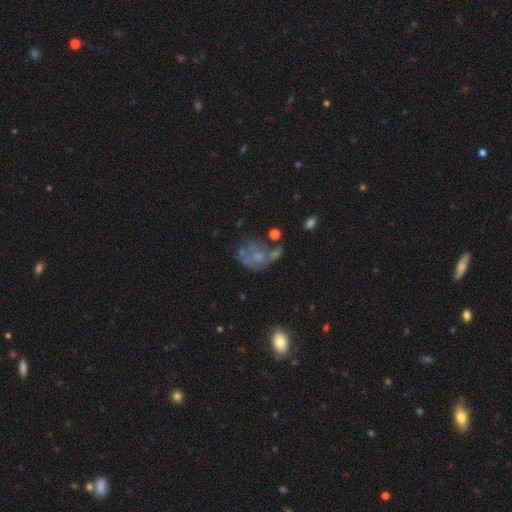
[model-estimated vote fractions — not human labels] This appears to be a featured or disk galaxy (47%). Merging: none (35%).